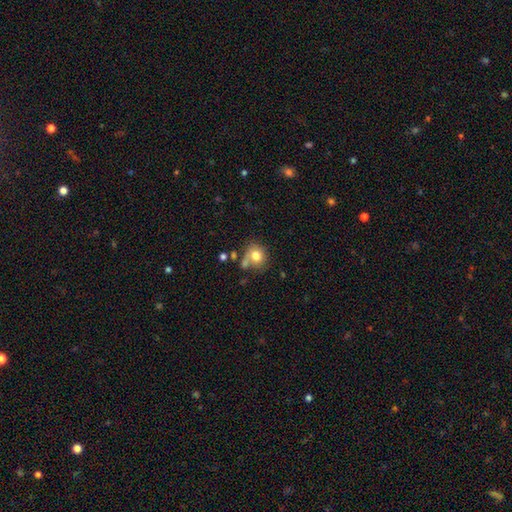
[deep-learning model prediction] Morphology: type=smooth (77%); roundness=round (75%); merging=none (56%).